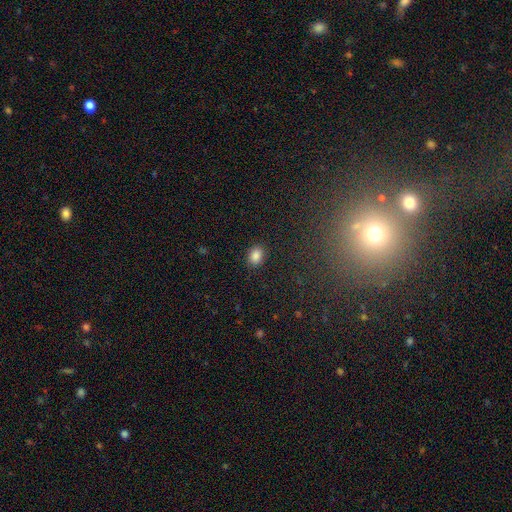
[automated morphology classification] type=smooth (86%); roundness=in between (64%); merging=none (87%).